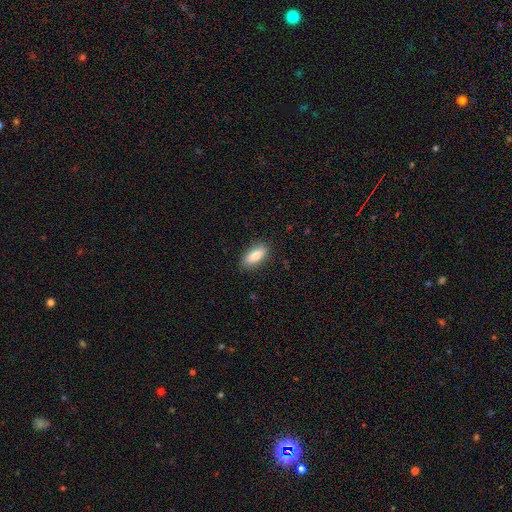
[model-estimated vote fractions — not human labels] Smooth or featured? smooth (79%)
How rounded? in between (82%)
Merging? none (86%)